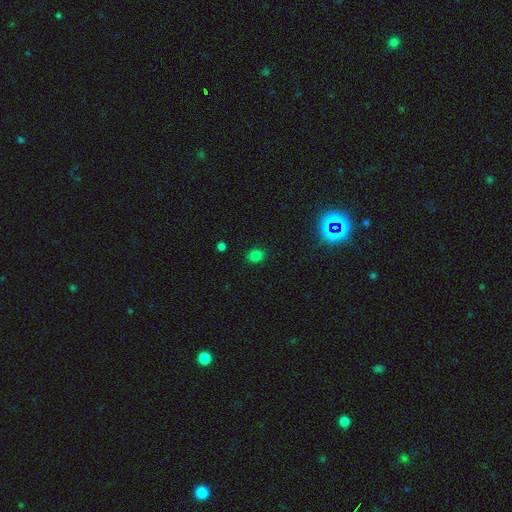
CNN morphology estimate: Smooth or featured?
  - smooth: 77% *
  - star or artifact: 18%
  - featured or disk: 5%
How rounded?
  - round: 60% *
  - in between: 39%
  - cigar-shaped: 1%
Merging?
  - none: 87% *
  - minor disturbance: 9%
  - major disturbance: 2%
  - merger: 1%